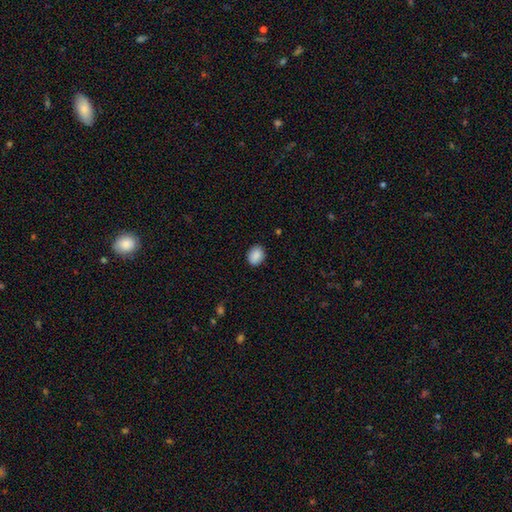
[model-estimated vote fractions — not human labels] Morphology: type=smooth (89%); roundness=in between (50%); merging=none (87%).